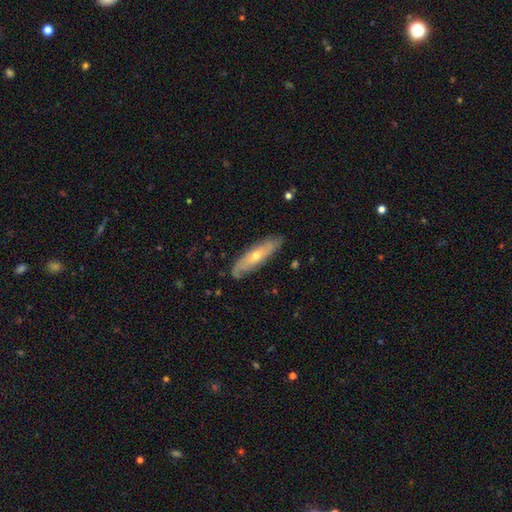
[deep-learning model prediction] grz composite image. It shows a featured or disk galaxy (54%). Merging: none (81%).